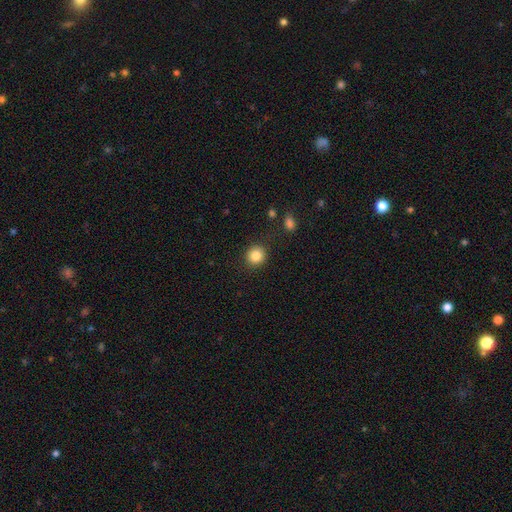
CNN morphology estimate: This is clearly a smooth galaxy (85%). How rounded: clearly round (85%). Merging: clearly none (87%).